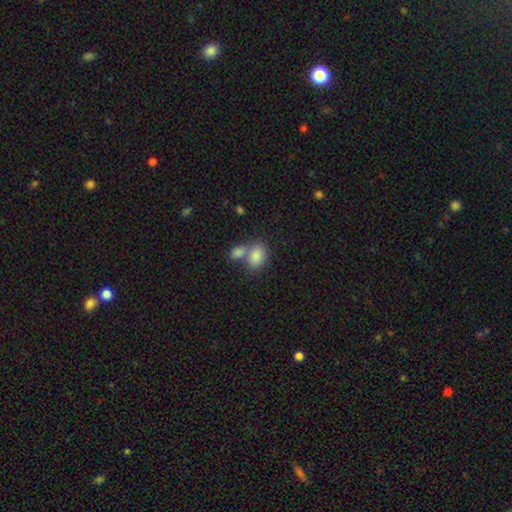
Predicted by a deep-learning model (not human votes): Smooth or featured? smooth (83%)
How rounded? in between (81%)
Merging? merger (49%)